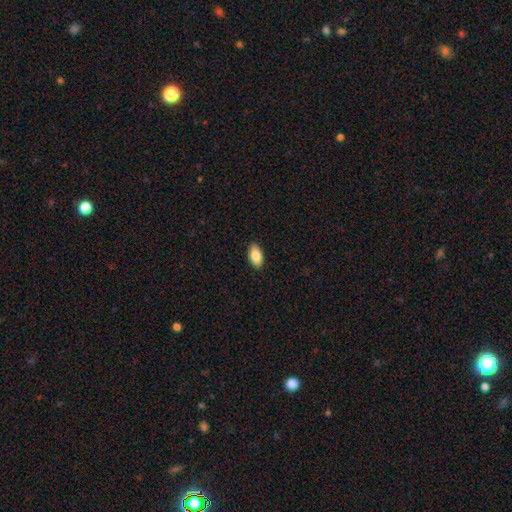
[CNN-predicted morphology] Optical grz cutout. It shows a smooth galaxy with no disk features (85%) that is in between round and cigar-shaped (94%). Merging: none (90%).